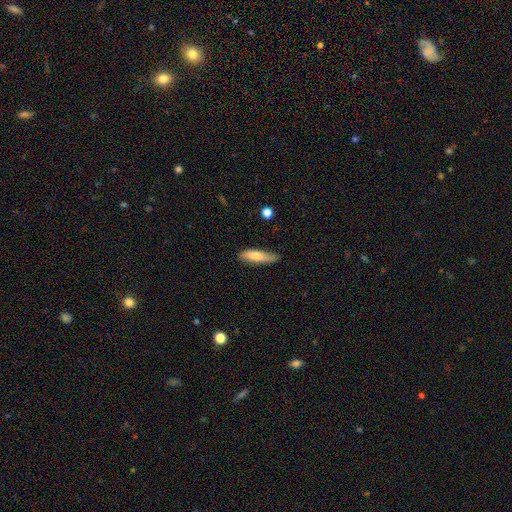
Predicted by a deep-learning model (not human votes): This appears to be a smooth galaxy with no disk features (74%) that is cigar-shaped (62%). Merging: none (72%).